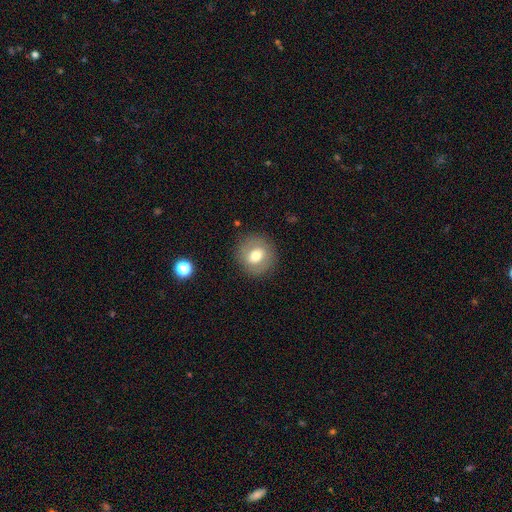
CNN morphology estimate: smooth_or_featured: smooth (p=0.64) [alt: featured or disk p=0.28]
how_rounded: round (p=0.82) [alt: in between p=0.17]
merging: none (p=0.86) [alt: minor disturbance p=0.09]